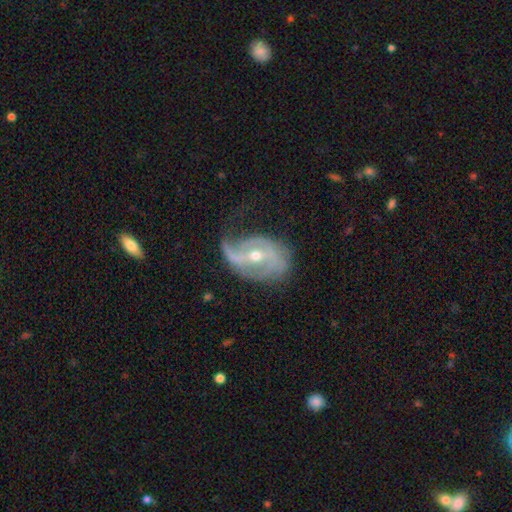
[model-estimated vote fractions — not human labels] Morphology: type=featured or disk (86%); edge-on=no (96%); bar=weak (40%); spiral arms=yes (93%); winding=loose (50%); arm count=2 (61%); bulge=moderate (49%); merging=none (43%).